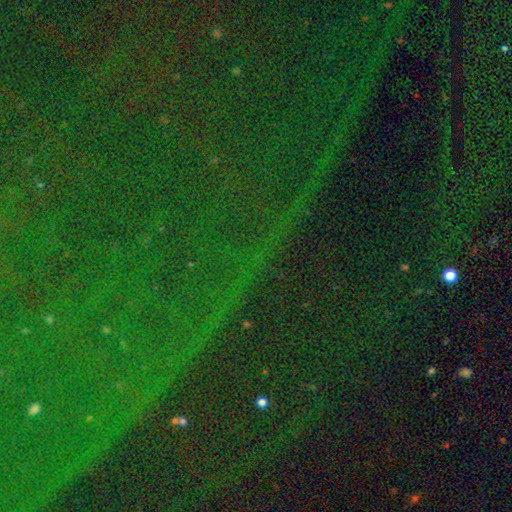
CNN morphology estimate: star or artifact 86%, featured or disk 7%, smooth 7%.